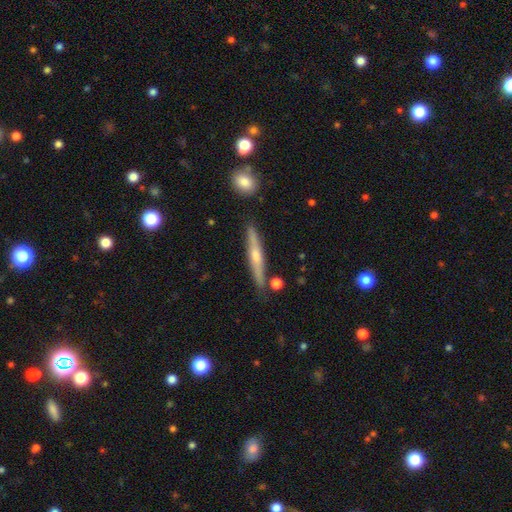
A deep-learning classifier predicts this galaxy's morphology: Overall: featured or disk (61%; smooth 32%). Edge-on disk: yes (96%). Edge-on bulge: rounded (82%). Merging: none (84%).